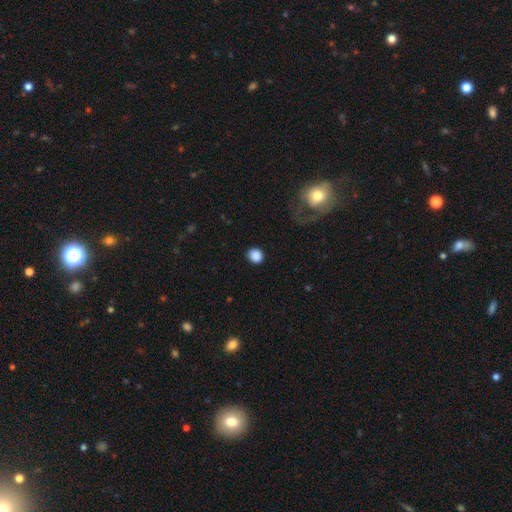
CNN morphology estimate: smooth-or-featured: smooth: 88% | star or artifact: 9% | featured or disk: 3%
  how-rounded: round: 80% | in between: 19% | cigar-shaped: 1%
  merging: none: 89% | minor disturbance: 7% | major disturbance: 3% | merger: 1%